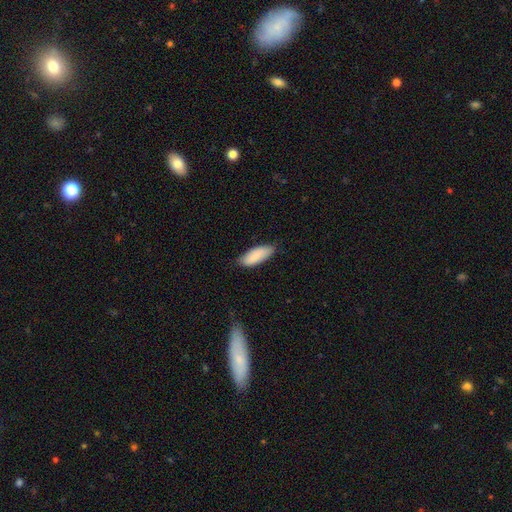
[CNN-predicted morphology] Smooth or featured? Predicted: smooth (p=0.88). How rounded? Predicted: in between (p=0.77). Merging? Predicted: none (p=0.78).